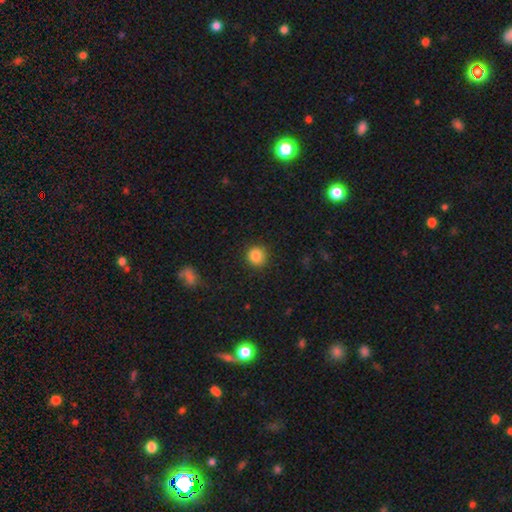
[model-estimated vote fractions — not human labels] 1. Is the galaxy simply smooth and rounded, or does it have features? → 85% smooth, 10% star or artifact, 5% featured or disk.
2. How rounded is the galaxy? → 92% round, 7% in between, 1% cigar-shaped.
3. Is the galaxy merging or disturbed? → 89% none, 8% minor disturbance, 2% major disturbance, 1% merger.